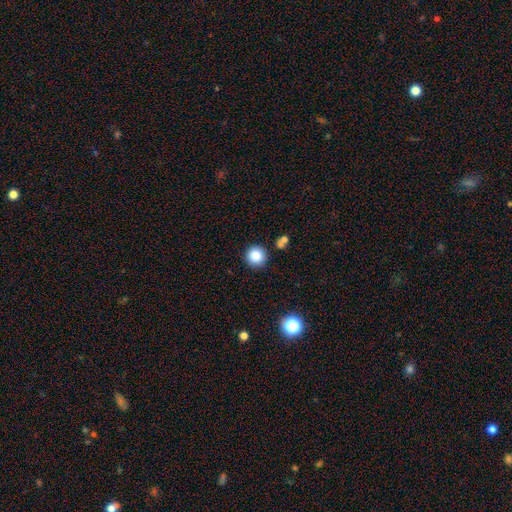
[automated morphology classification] Smooth or featured? smooth (85%)
How rounded? round (95%)
Merging? none (88%)